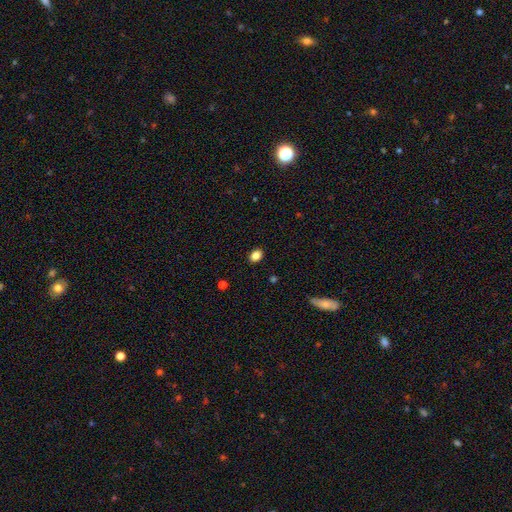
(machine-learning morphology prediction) Smooth or featured? smooth (86%)
How rounded? in between (69%)
Merging? none (89%)